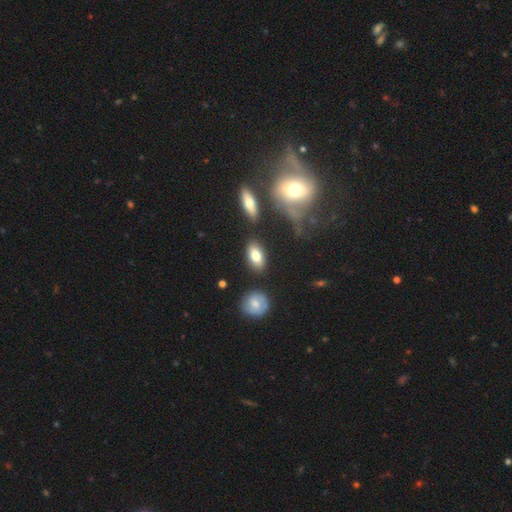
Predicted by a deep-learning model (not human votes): The model was most divided on "smooth or featured": smooth: 79%, featured or disk: 13%, star or artifact: 7%. More confident: how rounded — in between (90%); merging — none (81%).